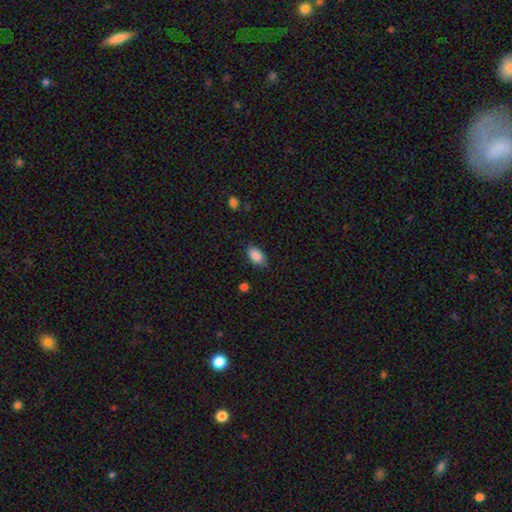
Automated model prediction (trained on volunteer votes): smooth-or-featured: smooth: 87% | star or artifact: 7% | featured or disk: 5%
  how-rounded: in between: 91% | round: 6% | cigar-shaped: 3%
  merging: none: 72% | minor disturbance: 23% | major disturbance: 4% | merger: 1%